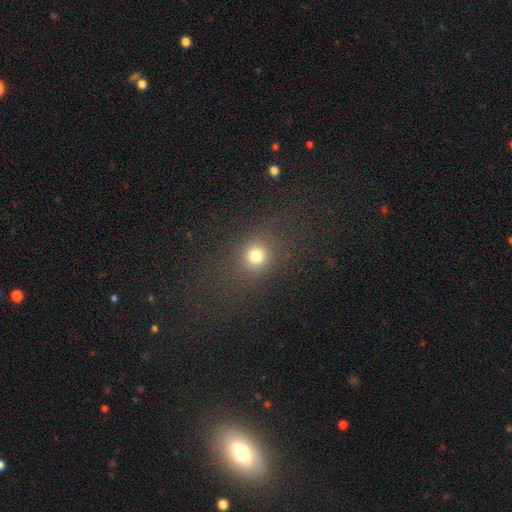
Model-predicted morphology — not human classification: Smooth or featured? Predicted: smooth (p=0.75). How rounded? Predicted: round (p=0.74). Merging? Predicted: none (p=0.81).